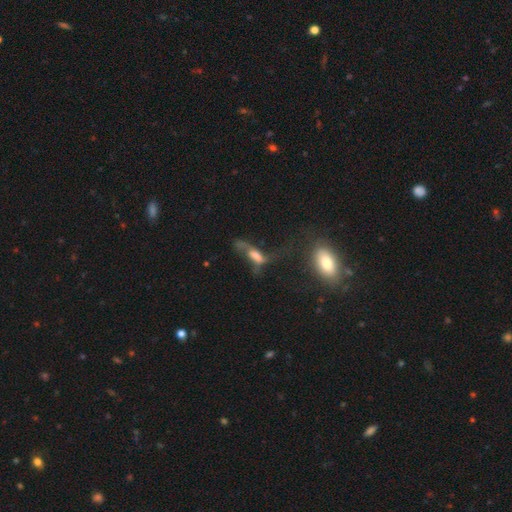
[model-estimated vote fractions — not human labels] Smooth or featured? featured or disk (47%)
Merging? major disturbance (43%)